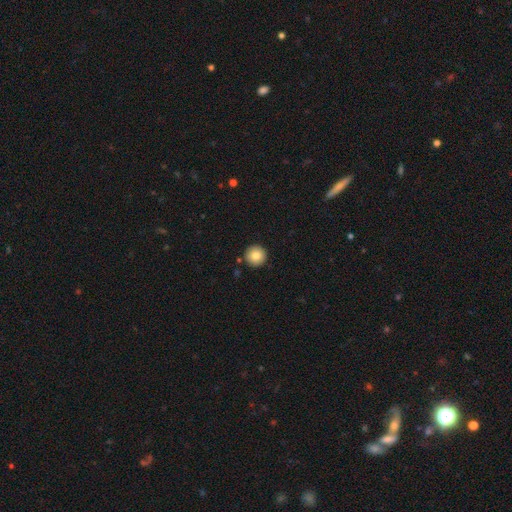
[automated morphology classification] Smooth or featured? smooth (85%)
How rounded? round (96%)
Merging? none (91%)